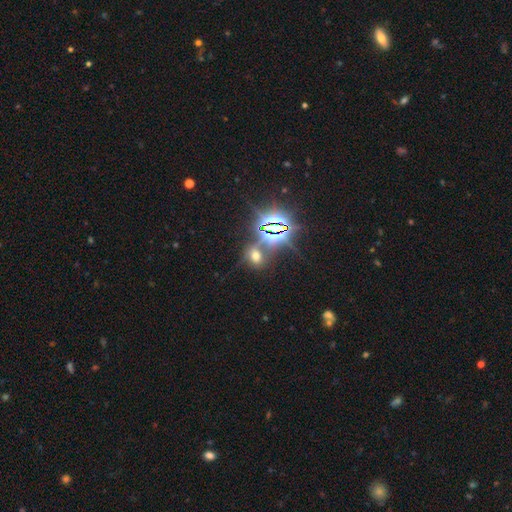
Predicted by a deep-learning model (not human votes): This is possibly a star or artifact rather than a galaxy (53%).